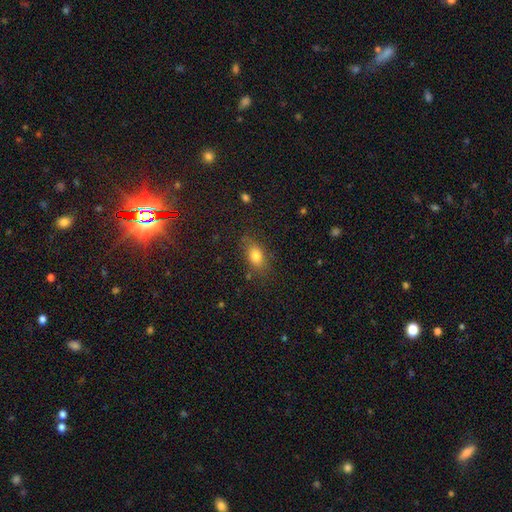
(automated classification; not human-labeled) smooth-or-featured: smooth: 79% | star or artifact: 11% | featured or disk: 10%
  how-rounded: in between: 81% | round: 13% | cigar-shaped: 5%
  merging: none: 77% | minor disturbance: 16% | major disturbance: 5% | merger: 2%